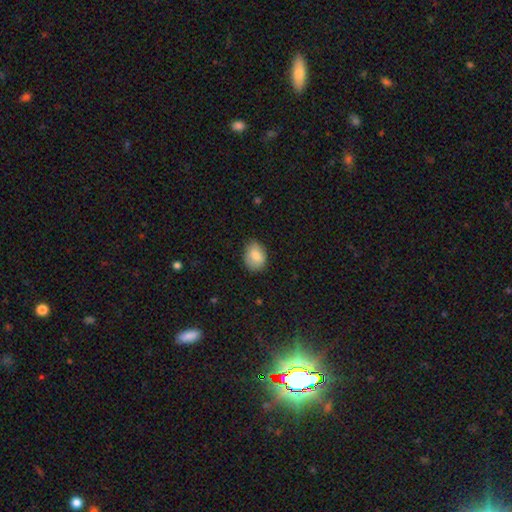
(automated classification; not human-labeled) smooth-or-featured: smooth: 80% | featured or disk: 12% | star or artifact: 7%
  how-rounded: in between: 65% | round: 34% | cigar-shaped: 1%
  merging: none: 79% | minor disturbance: 17% | major disturbance: 3% | merger: 1%